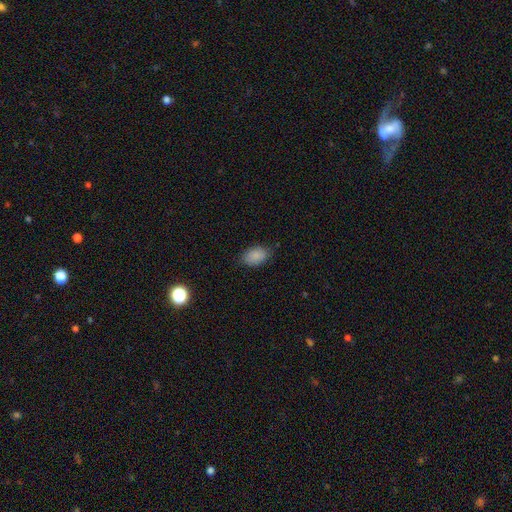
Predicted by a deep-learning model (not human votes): Smooth or featured?
  - smooth: 87% *
  - star or artifact: 8%
  - featured or disk: 5%
How rounded?
  - in between: 86% *
  - round: 12%
  - cigar-shaped: 1%
Merging?
  - none: 79% *
  - minor disturbance: 16%
  - major disturbance: 3%
  - merger: 1%